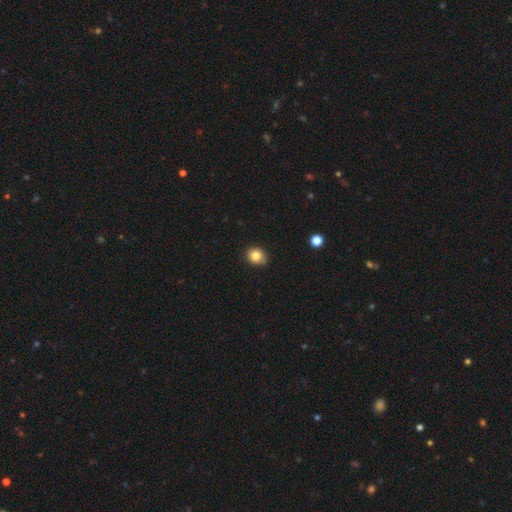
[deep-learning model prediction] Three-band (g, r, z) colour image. It shows a smooth galaxy with no disk features (83%) that is round (68%). Merging: none (81%).